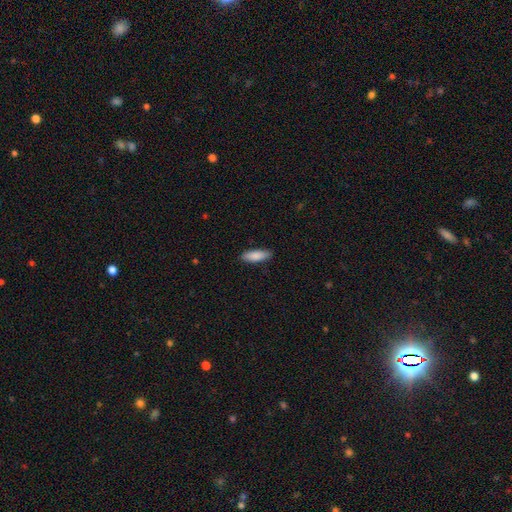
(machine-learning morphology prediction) This is clearly a smooth galaxy (87%). How rounded: possibly in between (59%). Merging: clearly none (87%).